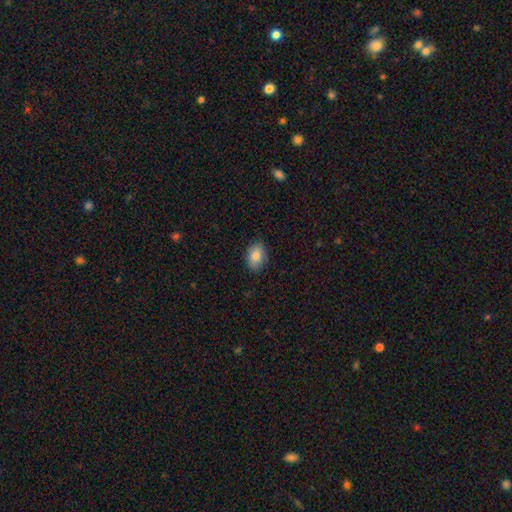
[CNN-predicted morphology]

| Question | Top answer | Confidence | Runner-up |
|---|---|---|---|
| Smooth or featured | smooth | 85% | featured or disk (8%) |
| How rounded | in between | 78% | round (21%) |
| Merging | none | 86% | minor disturbance (11%) |